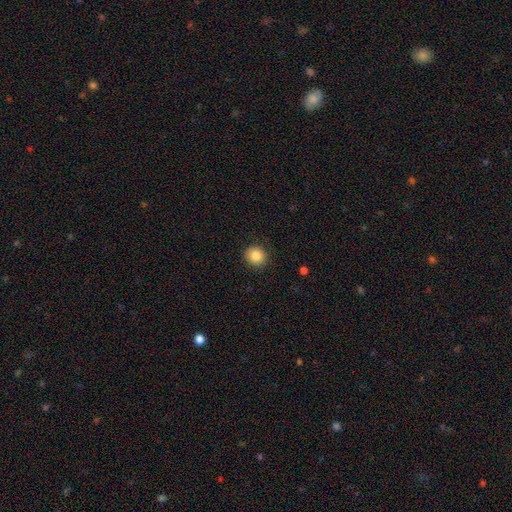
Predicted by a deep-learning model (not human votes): A smooth galaxy with no disk features (85%) that is round (87%).

Vote fractions:
- Smooth or featured? smooth: 85% / star or artifact: 10% / featured or disk: 5%
- How rounded? round: 87% / in between: 12% / cigar-shaped: 1%
- Merging? none: 90% / minor disturbance: 7% / major disturbance: 2% / merger: 1%